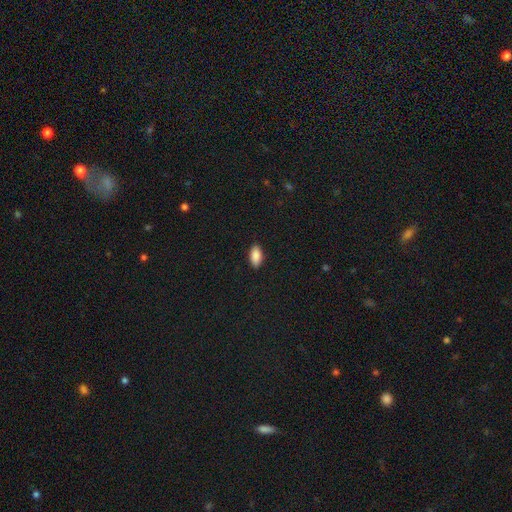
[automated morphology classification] A smooth galaxy with no disk features (89%) that is in between round and cigar-shaped (93%). Merging: none (89%).